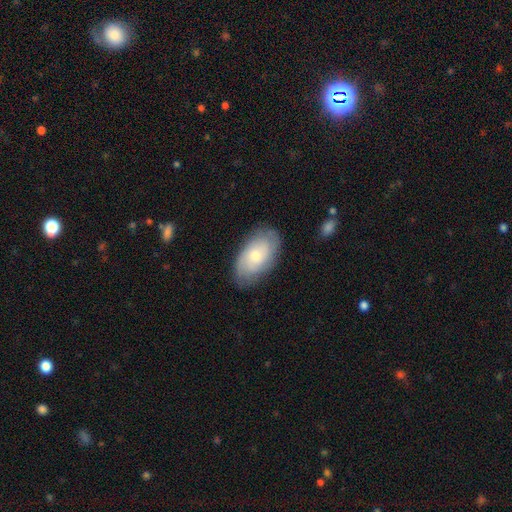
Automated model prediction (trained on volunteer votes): The model was most divided on "smooth or featured": smooth: 51%, featured or disk: 43%, star or artifact: 6%. More confident: how rounded — in between (93%); merging — none (78%).